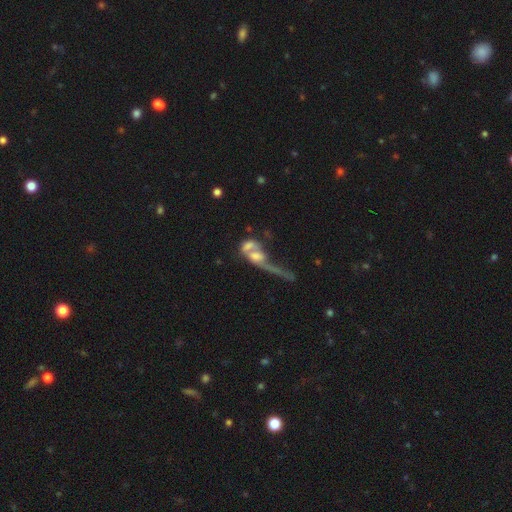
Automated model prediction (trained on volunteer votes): This appears to be a featured or disk galaxy (54%). Merging: merger (54%).